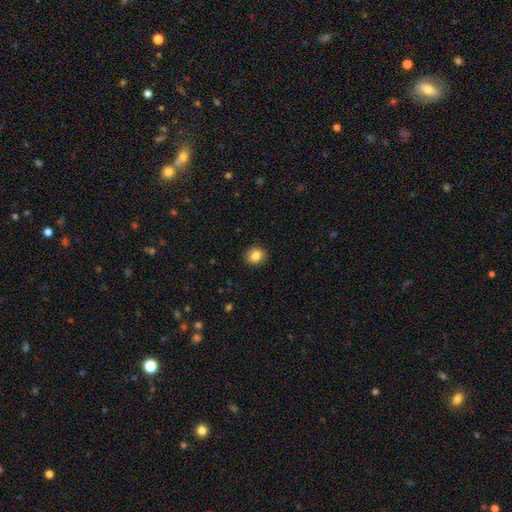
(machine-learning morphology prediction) Smooth or featured?
  - smooth: 85% *
  - star or artifact: 9%
  - featured or disk: 6%
How rounded?
  - round: 76% *
  - in between: 23%
  - cigar-shaped: 1%
Merging?
  - none: 90% *
  - minor disturbance: 7%
  - major disturbance: 2%
  - merger: 1%